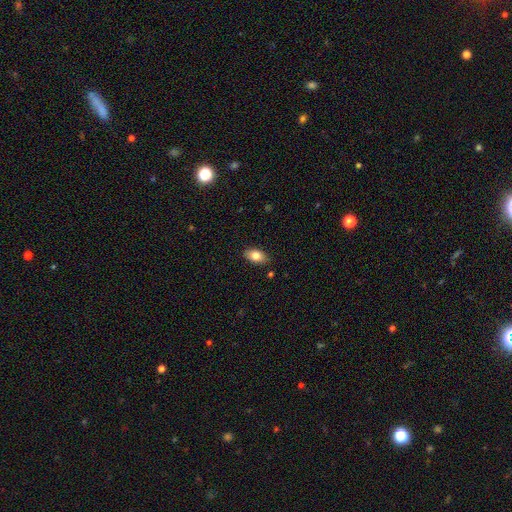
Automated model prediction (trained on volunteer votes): smooth-or-featured: smooth: 80% | featured or disk: 12% | star or artifact: 8%
  how-rounded: in between: 90% | round: 7% | cigar-shaped: 3%
  merging: none: 86% | minor disturbance: 10% | major disturbance: 2% | merger: 1%